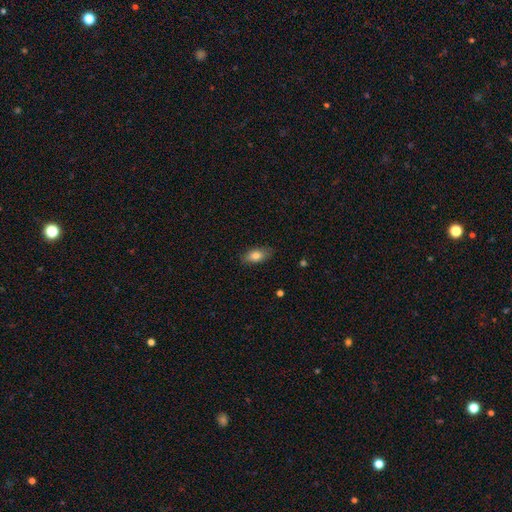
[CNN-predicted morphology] Smooth or featured? smooth (81%)
How rounded? in between (88%)
Merging? none (84%)